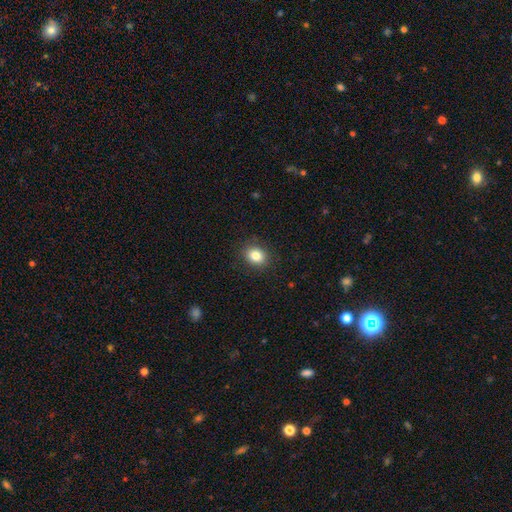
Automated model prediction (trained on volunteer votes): Smooth or featured? smooth (83%)
How rounded? round (57%)
Merging? none (88%)